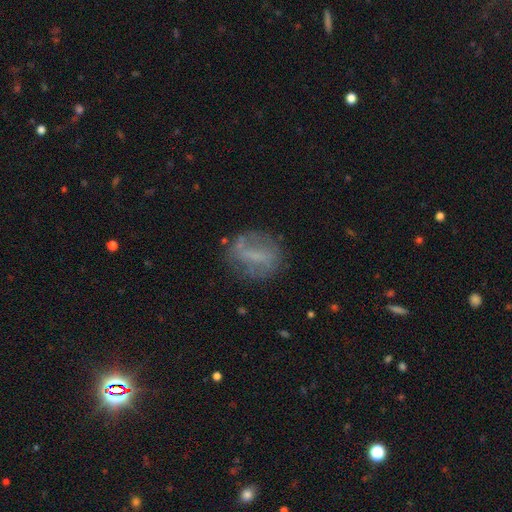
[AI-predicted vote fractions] Smooth or featured: featured or disk — 50% (smooth — 39%)
Edge-on disk: no — 93% (yes — 7%)
Merging: none — 68% (minor disturbance — 19%)